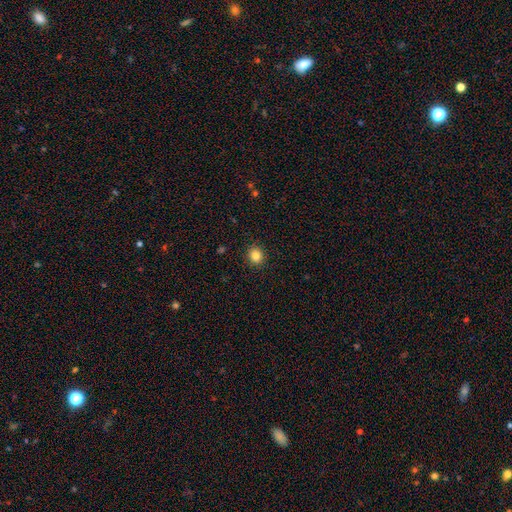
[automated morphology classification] smooth_or_featured: smooth (p=0.84) [alt: star or artifact p=0.11]
how_rounded: round (p=0.83) [alt: in between p=0.16]
merging: none (p=0.91) [alt: minor disturbance p=0.06]